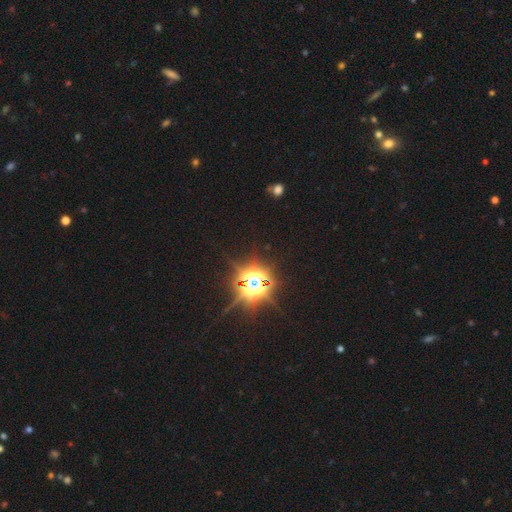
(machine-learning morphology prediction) This is clearly a star or artifact rather than a galaxy (85%).